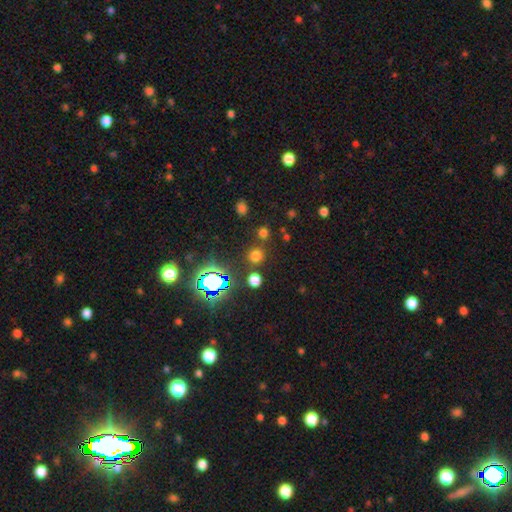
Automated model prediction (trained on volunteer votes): This is likely a smooth galaxy (66%). How rounded: clearly round (90%). Merging: clearly none (80%).